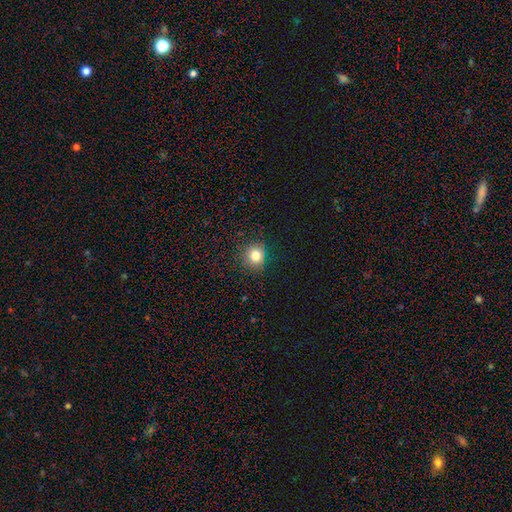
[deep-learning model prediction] This is clearly a smooth galaxy (80%). How rounded: clearly round (87%). Merging: clearly none (88%).